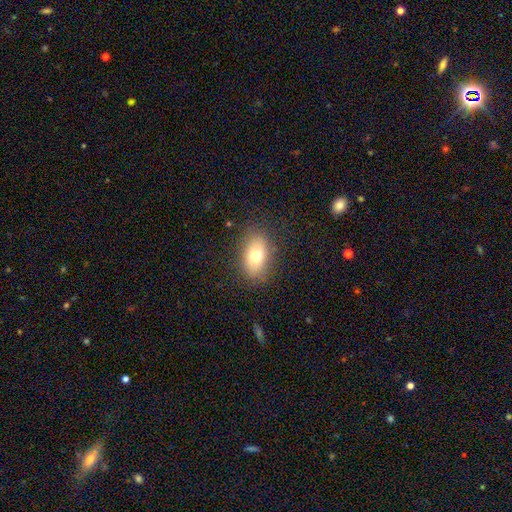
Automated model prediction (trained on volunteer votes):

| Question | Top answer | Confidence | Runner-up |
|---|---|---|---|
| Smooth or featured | smooth | 73% | featured or disk (17%) |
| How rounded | in between | 84% | round (14%) |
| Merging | none | 82% | minor disturbance (12%) |